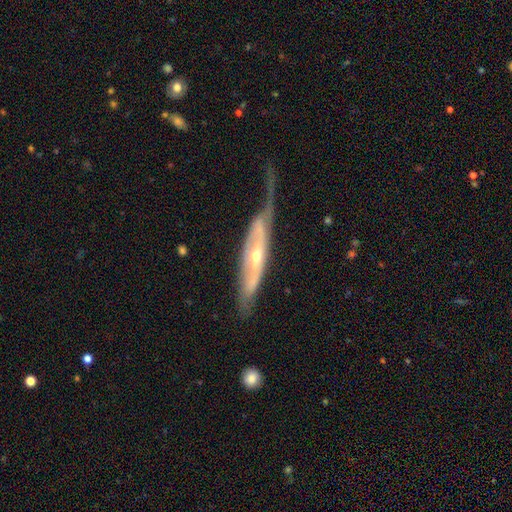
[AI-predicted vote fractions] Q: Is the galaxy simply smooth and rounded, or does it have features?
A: featured or disk — 79%.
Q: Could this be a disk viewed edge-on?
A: no — 55%.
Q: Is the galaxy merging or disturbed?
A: major disturbance — 35%.